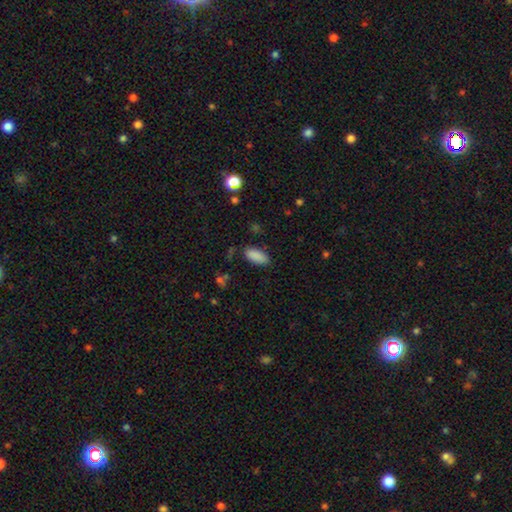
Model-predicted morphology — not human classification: Q: Smooth or featured?
A: smooth (88%); runner-up: star or artifact (8%)
Q: How rounded?
A: in between (87%); runner-up: cigar-shaped (11%)
Q: Merging?
A: none (84%); runner-up: minor disturbance (11%)